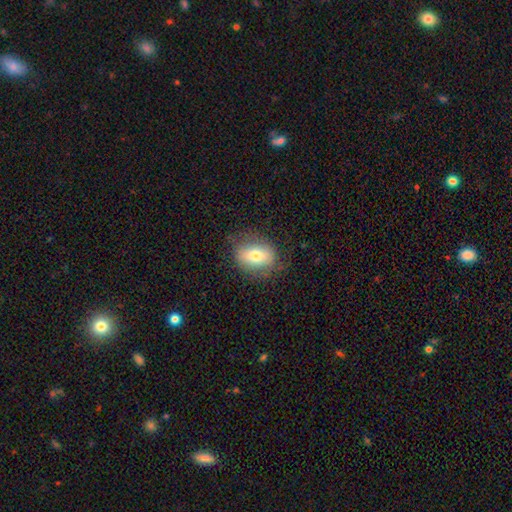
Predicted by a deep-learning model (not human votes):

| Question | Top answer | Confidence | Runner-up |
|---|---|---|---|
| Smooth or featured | smooth | 71% | featured or disk (21%) |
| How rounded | in between | 72% | round (26%) |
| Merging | none | 75% | minor disturbance (17%) |